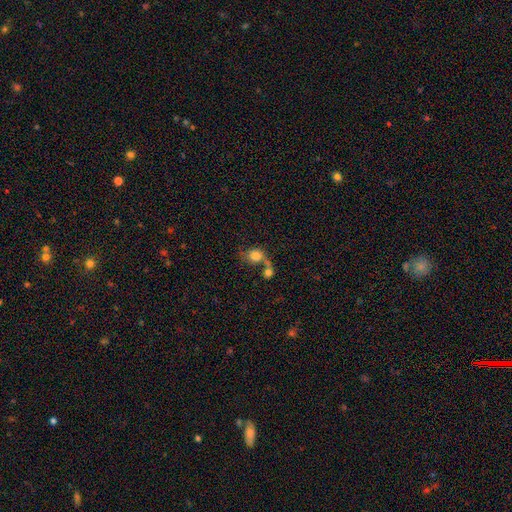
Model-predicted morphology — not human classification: This appears to be a smooth galaxy with no disk features (78%) that is round (70%). Merging: merger (51%).